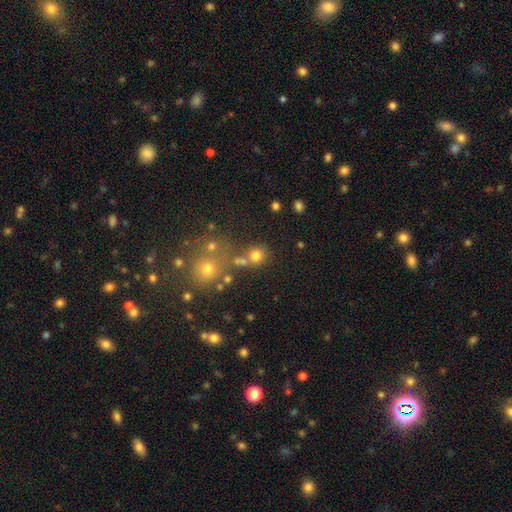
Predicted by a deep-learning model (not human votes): Q: Smooth or featured?
A: smooth (75%); runner-up: star or artifact (16%)
Q: How rounded?
A: round (87%); runner-up: in between (12%)
Q: Merging?
A: none (67%); runner-up: merger (18%)